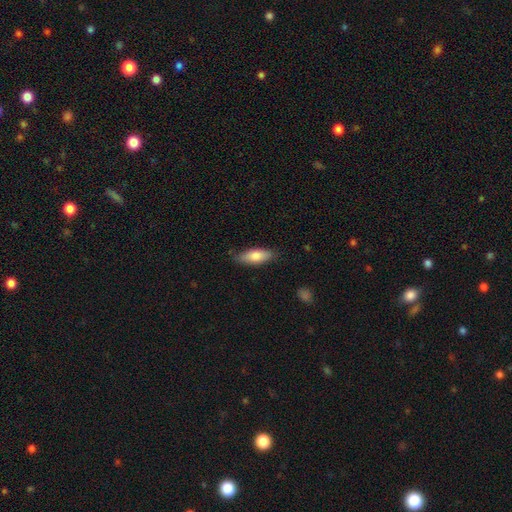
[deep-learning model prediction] This appears to be a smooth galaxy with no disk features (79%) that is in between round and cigar-shaped (66%). Merging: none (82%).